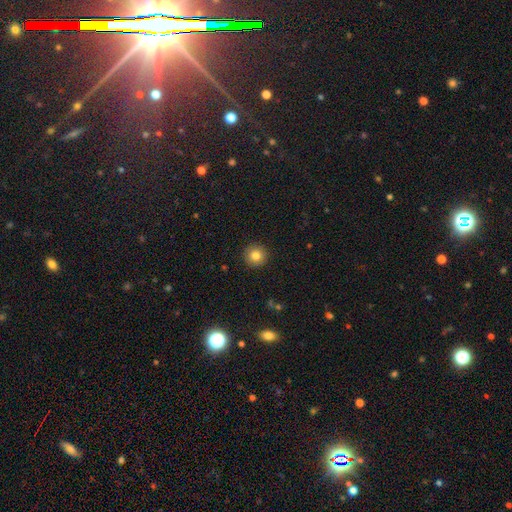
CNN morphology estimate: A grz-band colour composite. It shows a smooth galaxy with no disk features (82%) that is round (95%). Merging: none (92%).